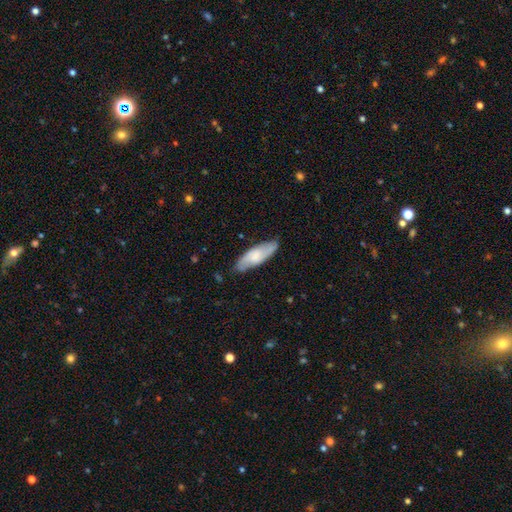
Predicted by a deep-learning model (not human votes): Smooth or featured? Predicted: smooth (p=0.55). How rounded? Predicted: in between (p=0.60). Merging? Predicted: none (p=0.81).